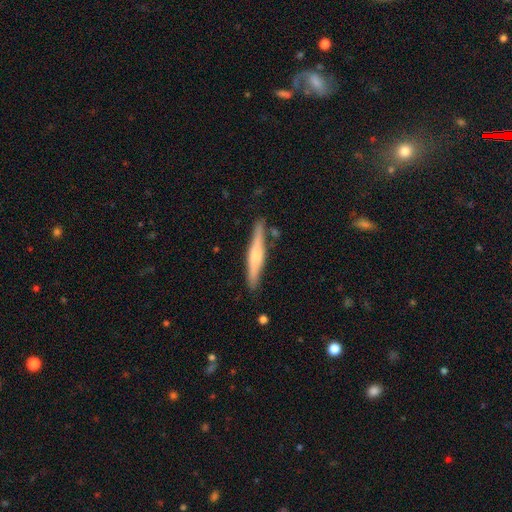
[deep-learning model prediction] Smooth or featured? Predicted: featured or disk (p=0.55). Edge-on disk? Predicted: yes (p=0.95). Edge-on bulge? Predicted: rounded (p=0.76). Merging? Predicted: none (p=0.83).